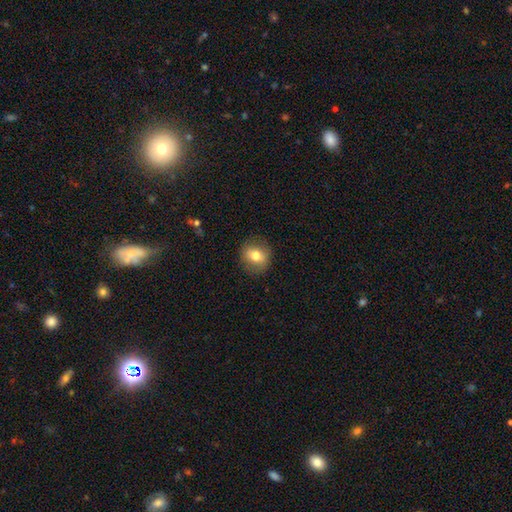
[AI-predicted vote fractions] The model was most divided on "how rounded": round: 68%, in between: 31%, cigar-shaped: 1%. More confident: merging — none (85%); smooth or featured — smooth (72%).